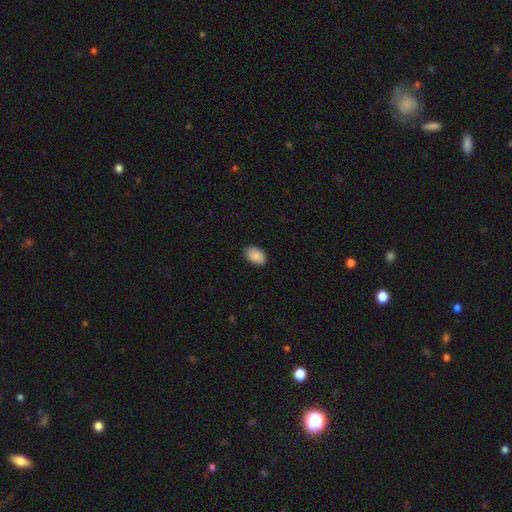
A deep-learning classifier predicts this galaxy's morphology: Overall: smooth (90%). How rounded: in between (89%). Merging: none (87%).